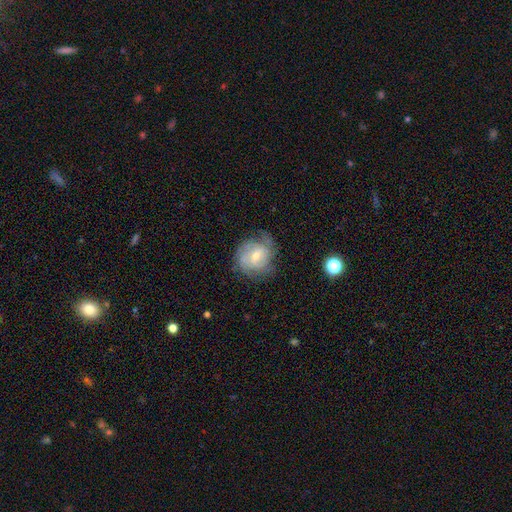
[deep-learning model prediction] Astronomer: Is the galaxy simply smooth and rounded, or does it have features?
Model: featured or disk — 66%.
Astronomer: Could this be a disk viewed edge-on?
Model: no — 97%.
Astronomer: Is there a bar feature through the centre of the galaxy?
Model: no — 48% (runner-up: weak, 42%).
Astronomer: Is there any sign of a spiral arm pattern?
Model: yes — 83%.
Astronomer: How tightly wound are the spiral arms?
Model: tight — 54% (runner-up: medium, 34%).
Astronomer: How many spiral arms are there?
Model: can't tell — 42% (runner-up: 2, 27%).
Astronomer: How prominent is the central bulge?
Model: small — 52% (runner-up: moderate, 45%).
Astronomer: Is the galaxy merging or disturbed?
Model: none — 59%.